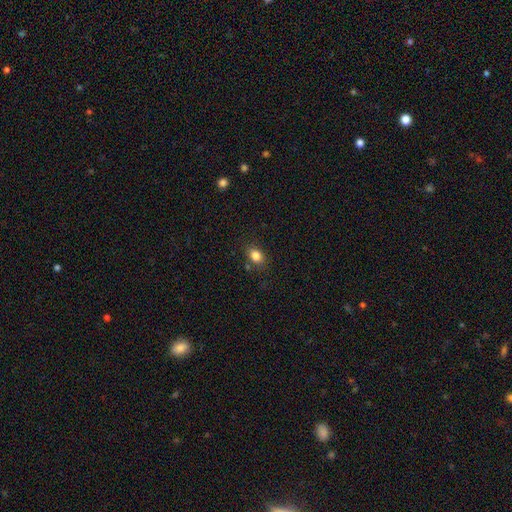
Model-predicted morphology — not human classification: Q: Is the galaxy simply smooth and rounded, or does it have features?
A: smooth — 84%.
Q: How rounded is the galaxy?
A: in between — 69%.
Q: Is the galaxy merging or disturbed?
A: none — 80%.